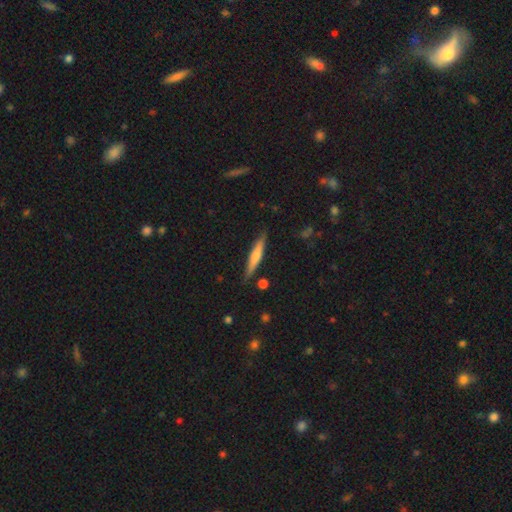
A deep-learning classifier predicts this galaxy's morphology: Smooth or featured: smooth — 56% (featured or disk — 38%)
How rounded: cigar-shaped — 90% (in between — 8%)
Merging: none — 86% (minor disturbance — 10%)